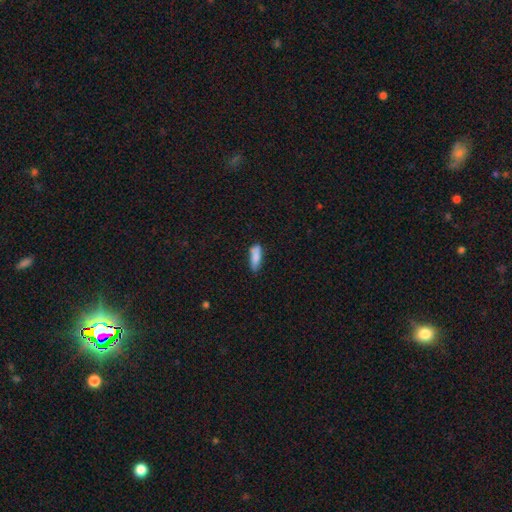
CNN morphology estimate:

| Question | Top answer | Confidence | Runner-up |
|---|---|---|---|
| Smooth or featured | smooth | 83% | featured or disk (10%) |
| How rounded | in between | 49% | tied: cigar-shaped (49%) |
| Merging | none | 66% | minor disturbance (25%) |